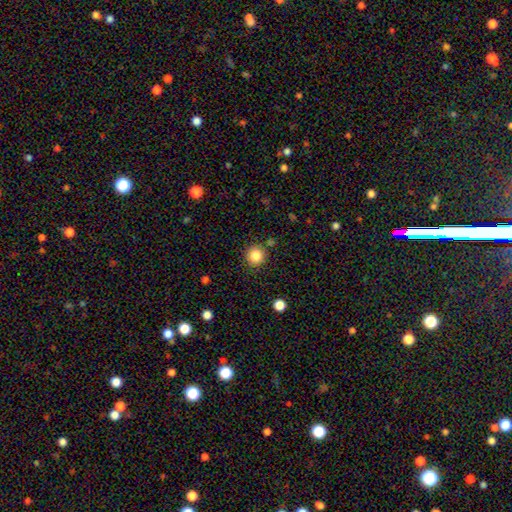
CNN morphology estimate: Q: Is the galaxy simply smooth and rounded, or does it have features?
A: smooth — 84%.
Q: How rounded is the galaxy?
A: round — 93%.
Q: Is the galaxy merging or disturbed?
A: none — 85%.